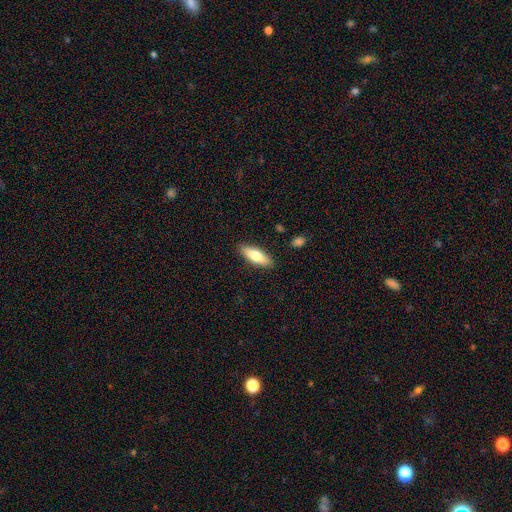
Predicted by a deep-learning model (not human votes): The model was most divided on "how rounded": in between: 63%, cigar-shaped: 35%, round: 2%. More confident: merging — none (87%); smooth or featured — smooth (76%).